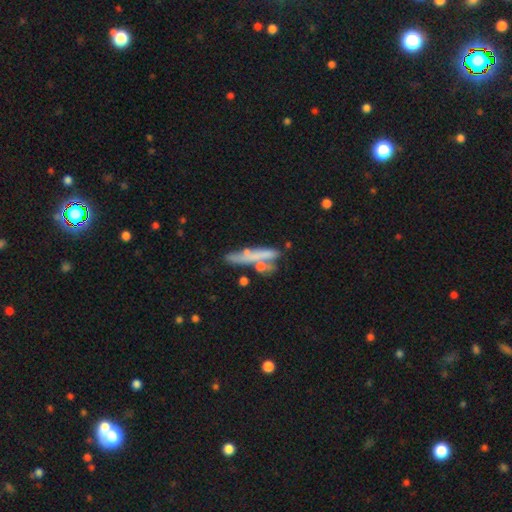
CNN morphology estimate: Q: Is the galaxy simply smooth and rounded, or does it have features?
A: smooth — 53%.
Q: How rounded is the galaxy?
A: cigar-shaped — 83%.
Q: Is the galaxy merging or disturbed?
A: none — 48%.